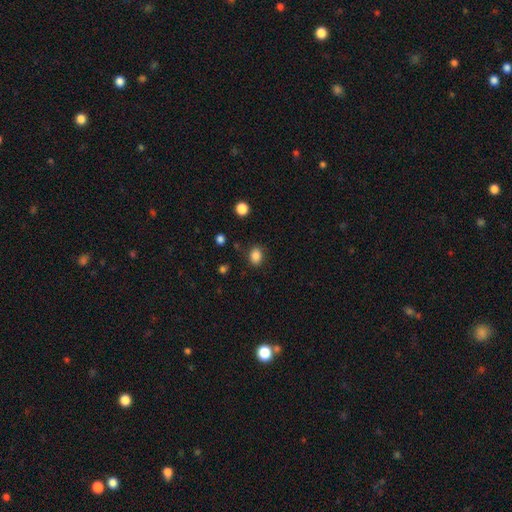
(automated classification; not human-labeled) Q: Smooth or featured?
A: smooth (85%); runner-up: star or artifact (11%)
Q: How rounded?
A: in between (62%); runner-up: round (37%)
Q: Merging?
A: none (84%); runner-up: minor disturbance (11%)